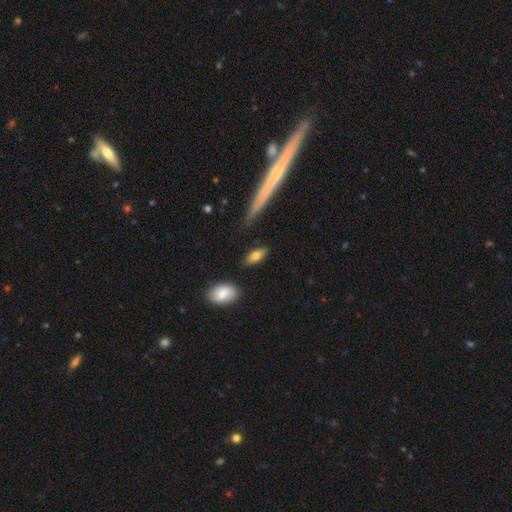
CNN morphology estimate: A smooth galaxy with no disk features (78%) that is in between round and cigar-shaped (79%).

Vote fractions:
- Smooth or featured? smooth: 78% / featured or disk: 15% / star or artifact: 7%
- How rounded? in between: 79% / cigar-shaped: 17% / round: 3%
- Merging? none: 82% / minor disturbance: 12% / major disturbance: 3% / merger: 3%